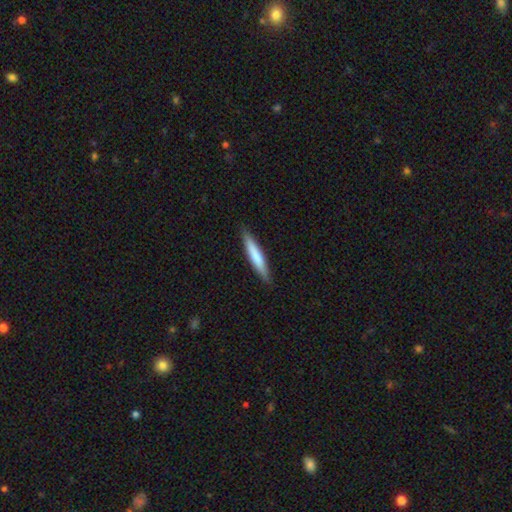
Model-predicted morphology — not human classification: A smooth galaxy with no disk features (72%) that is cigar-shaped (93%). Merging: none (90%).